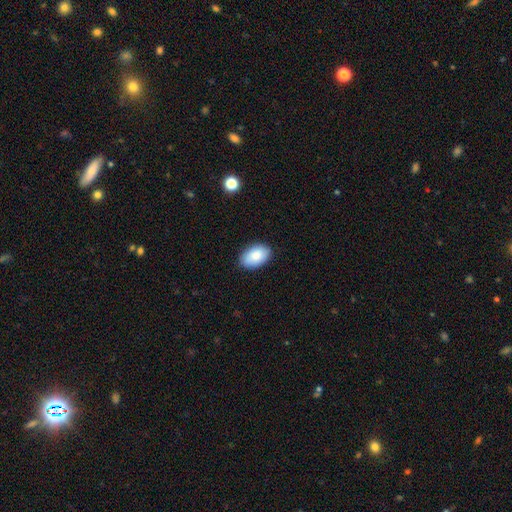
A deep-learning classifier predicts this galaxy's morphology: type=smooth (84%); roundness=in between (91%); merging=none (86%).